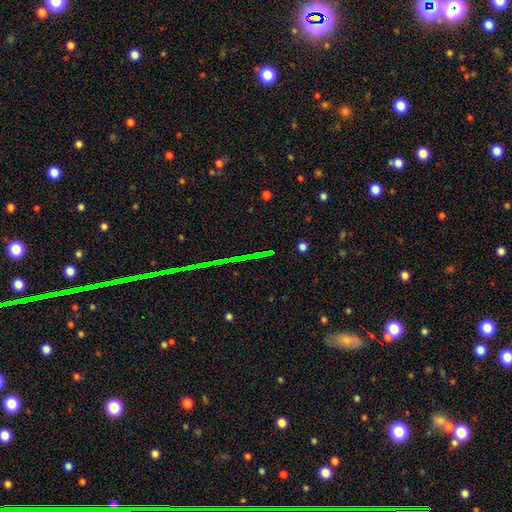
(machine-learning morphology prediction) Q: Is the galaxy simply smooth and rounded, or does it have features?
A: star or artifact — 72%.